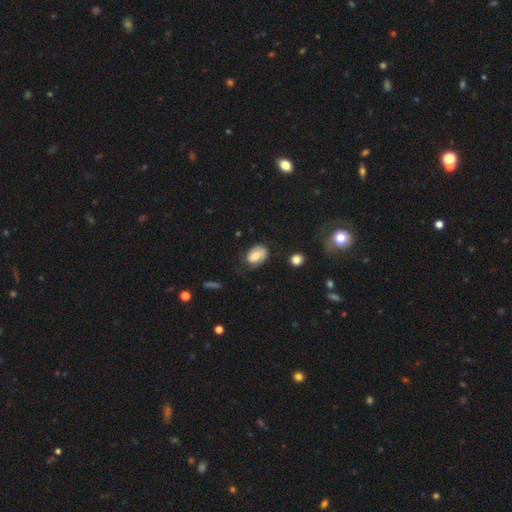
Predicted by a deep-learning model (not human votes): Q: Smooth or featured?
A: smooth (65%); runner-up: featured or disk (27%)
Q: How rounded?
A: in between (84%); runner-up: round (15%)
Q: Merging?
A: none (61%); runner-up: minor disturbance (27%)